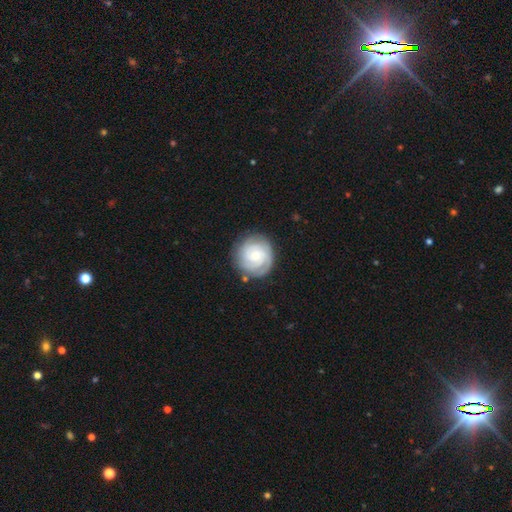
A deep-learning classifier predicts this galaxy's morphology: Smooth or featured? featured or disk (81%)
Edge-on disk? no (98%)
Bar? no (71%)
Spiral arms? yes (97%)
Spiral winding? tight (77%)
Spiral arm count? 3 (37%)
Bulge size? small (58%)
Merging? none (82%)